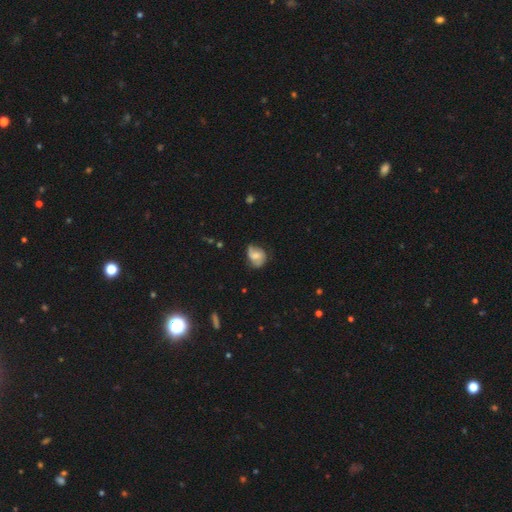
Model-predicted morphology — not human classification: This appears to be a featured or disk galaxy (53%) with no bar (51%), spiral arms (83%) and a moderate central bulge (41%). Merging: none (55%).